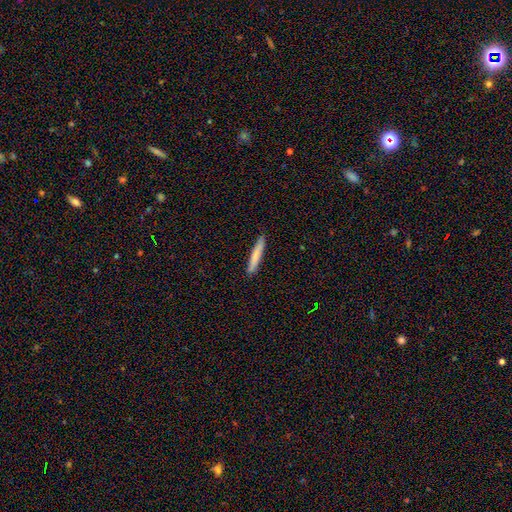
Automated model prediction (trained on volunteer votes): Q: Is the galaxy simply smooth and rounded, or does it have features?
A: smooth — 77%.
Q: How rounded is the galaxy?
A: cigar-shaped — 94%.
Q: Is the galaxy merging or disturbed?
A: none — 90%.